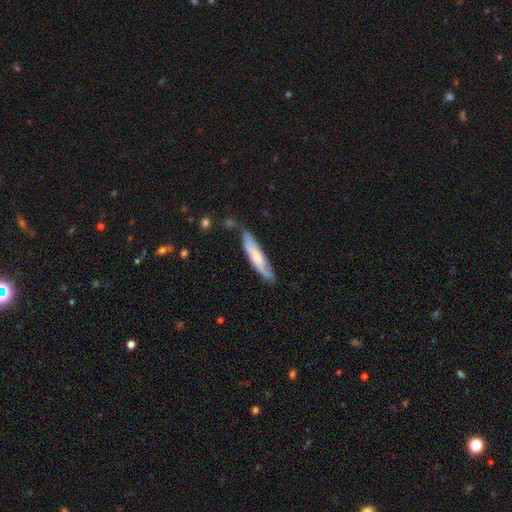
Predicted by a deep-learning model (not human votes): This is possibly a smooth galaxy (49%). Merging: likely none (70%).